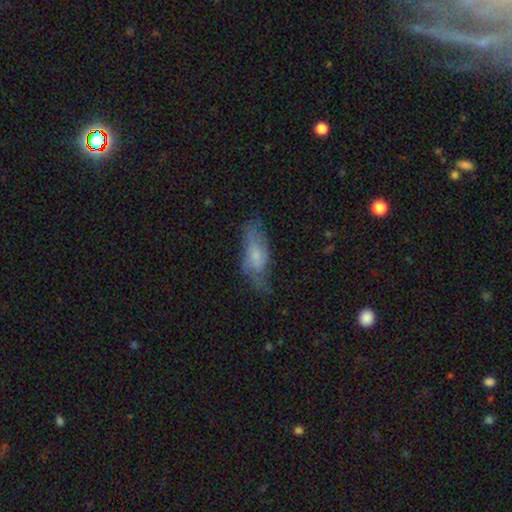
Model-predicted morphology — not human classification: This is possibly a smooth galaxy (53%). How rounded: likely in between (76%). Merging: possibly none (51%).